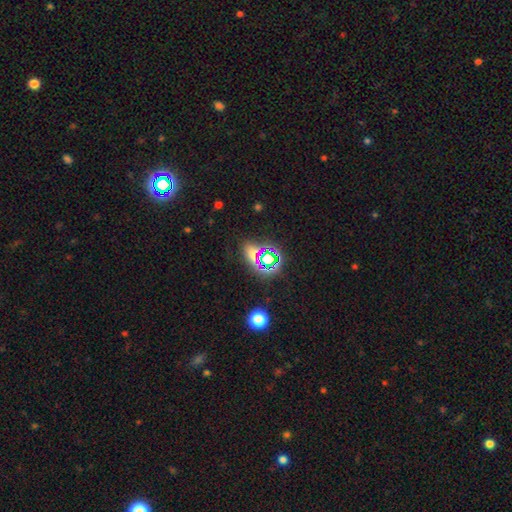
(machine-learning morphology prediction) Smooth or featured? Predicted: star or artifact (p=0.57).